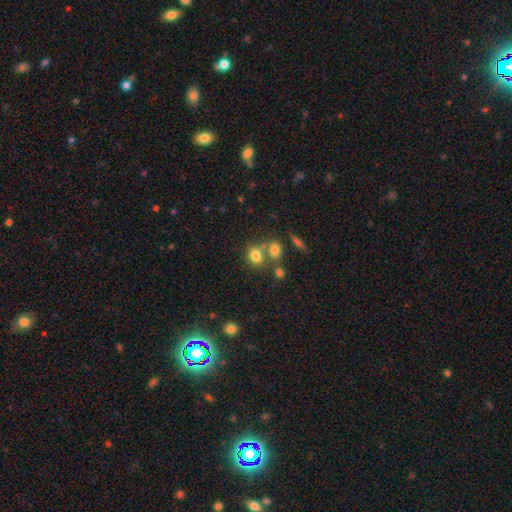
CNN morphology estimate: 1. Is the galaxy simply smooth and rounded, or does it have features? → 76% smooth, 13% star or artifact, 11% featured or disk.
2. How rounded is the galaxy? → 55% round, 44% in between, 2% cigar-shaped.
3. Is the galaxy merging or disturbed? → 50% none, 34% merger, 11% minor disturbance, 5% major disturbance.